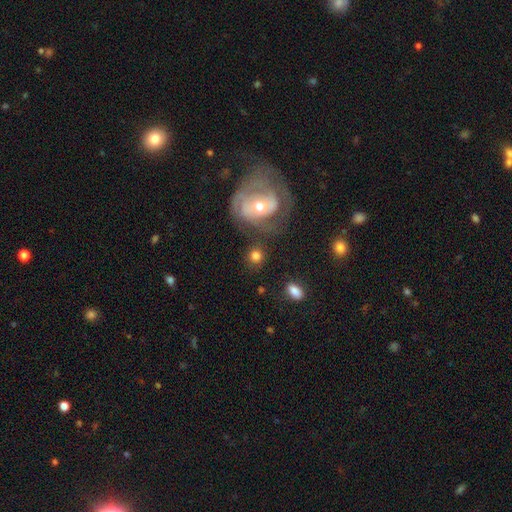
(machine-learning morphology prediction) A smooth galaxy with no disk features (70%) that is round (83%). Merging: none (69%).